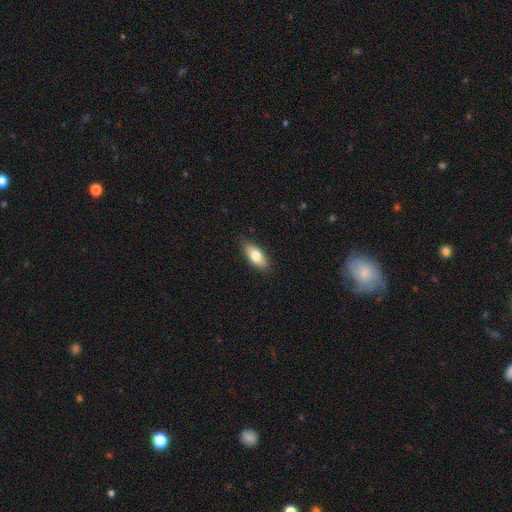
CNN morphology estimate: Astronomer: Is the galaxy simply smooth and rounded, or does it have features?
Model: smooth — 75%.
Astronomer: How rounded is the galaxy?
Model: in between — 81%.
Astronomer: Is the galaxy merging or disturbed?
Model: none — 85%.